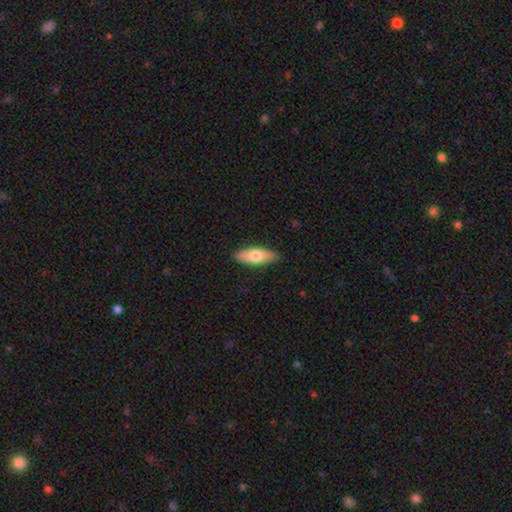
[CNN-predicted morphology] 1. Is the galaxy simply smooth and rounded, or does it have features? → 67% smooth, 28% featured or disk, 5% star or artifact.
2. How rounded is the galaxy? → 68% in between, 30% cigar-shaped, 3% round.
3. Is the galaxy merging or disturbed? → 87% none, 10% minor disturbance, 2% major disturbance, 1% merger.